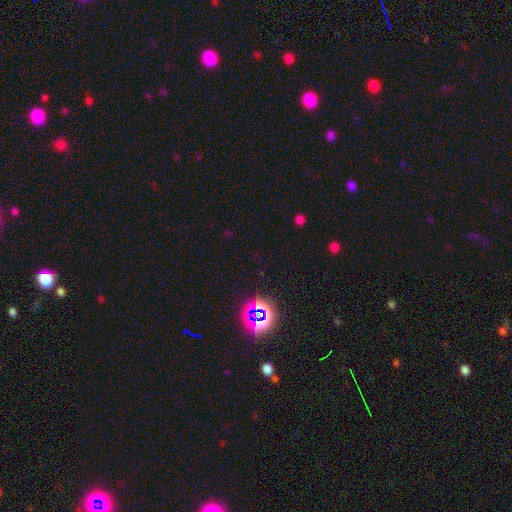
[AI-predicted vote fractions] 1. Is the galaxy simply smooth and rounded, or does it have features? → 73% star or artifact, 19% smooth, 8% featured or disk.